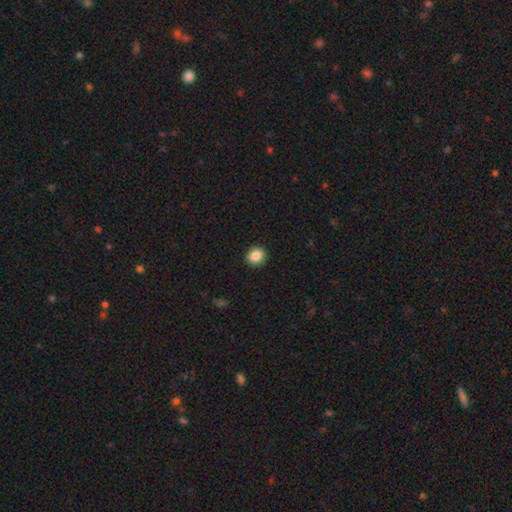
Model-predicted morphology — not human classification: A smooth galaxy with no disk features (86%) that is round (73%).

Vote fractions:
- Smooth or featured? smooth: 86% / star or artifact: 9% / featured or disk: 4%
- How rounded? round: 73% / in between: 26% / cigar-shaped: 1%
- Merging? none: 91% / minor disturbance: 6% / major disturbance: 2% / merger: 1%